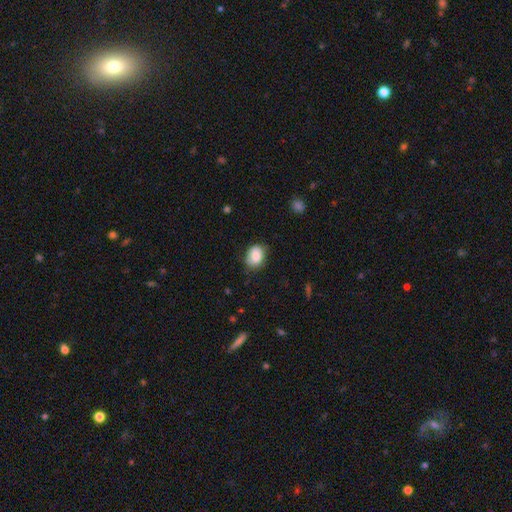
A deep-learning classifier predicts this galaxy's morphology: A smooth galaxy with no disk features (83%) that is in between round and cigar-shaped (64%). Merging: none (71%).